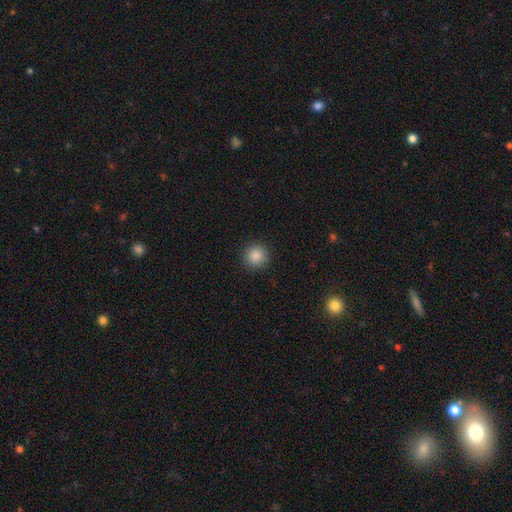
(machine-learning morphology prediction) smooth_or_featured: smooth (p=0.87) [alt: star or artifact p=0.10]
how_rounded: round (p=0.95) [alt: in between p=0.04]
merging: none (p=0.92) [alt: minor disturbance p=0.05]